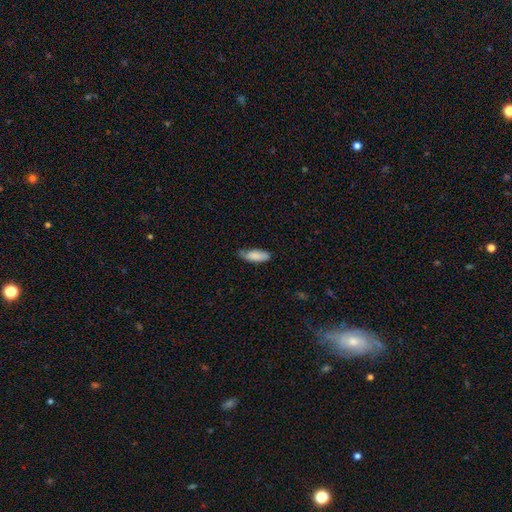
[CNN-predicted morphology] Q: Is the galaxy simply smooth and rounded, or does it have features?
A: smooth — 87%.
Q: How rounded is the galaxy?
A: in between — 73%.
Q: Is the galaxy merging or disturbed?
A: none — 62%.